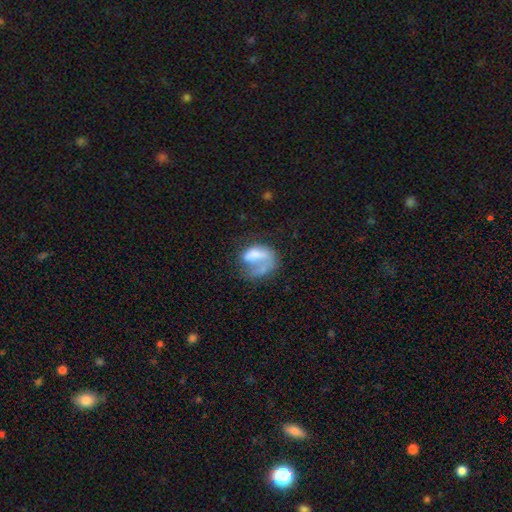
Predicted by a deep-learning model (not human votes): smooth_or_featured: smooth (p=0.50) [alt: featured or disk p=0.41]
how_rounded: in between (p=0.67) [alt: round p=0.30]
merging: major disturbance (p=0.44) [alt: none p=0.27]